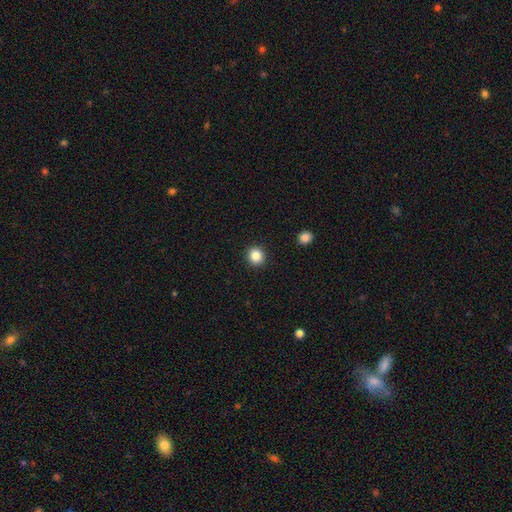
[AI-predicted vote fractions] This is clearly a smooth galaxy (85%). How rounded: clearly round (92%). Merging: clearly none (93%).